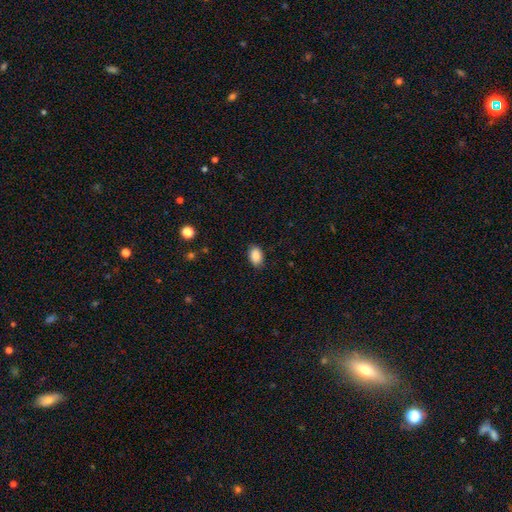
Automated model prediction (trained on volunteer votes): This is clearly a smooth galaxy (88%). How rounded: clearly in between (88%). Merging: clearly none (87%).